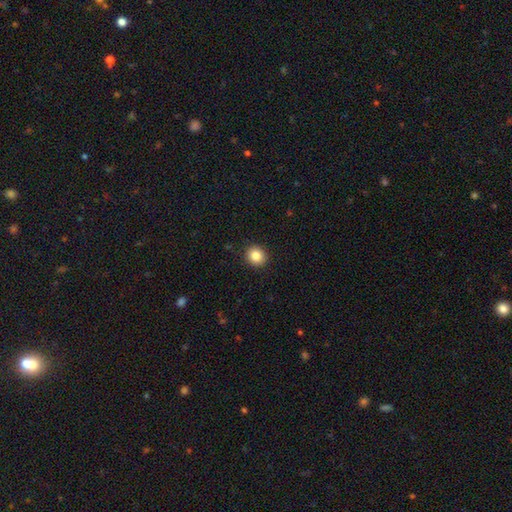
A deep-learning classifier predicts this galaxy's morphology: This is clearly a smooth galaxy (84%). How rounded: clearly round (86%). Merging: clearly none (92%).